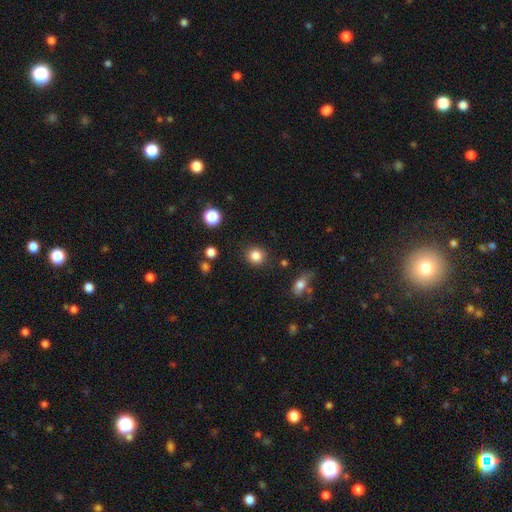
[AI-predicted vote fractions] Q: Smooth or featured?
A: smooth (85%); runner-up: star or artifact (11%)
Q: How rounded?
A: round (90%); runner-up: in between (9%)
Q: Merging?
A: none (88%); runner-up: minor disturbance (7%)